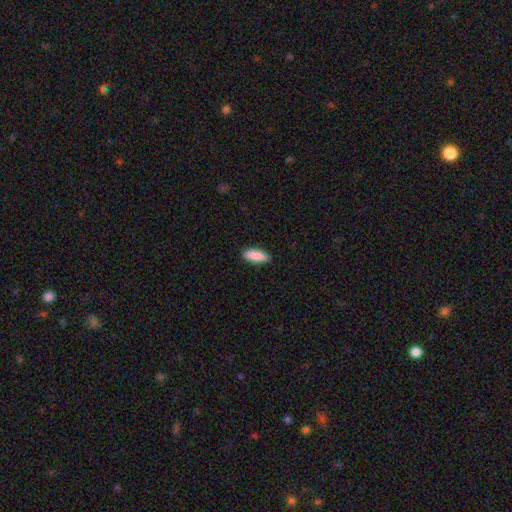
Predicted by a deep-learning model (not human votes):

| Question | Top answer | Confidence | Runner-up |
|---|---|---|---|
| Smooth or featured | smooth | 89% | star or artifact (6%) |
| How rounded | in between | 65% | cigar-shaped (33%) |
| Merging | none | 90% | minor disturbance (8%) |